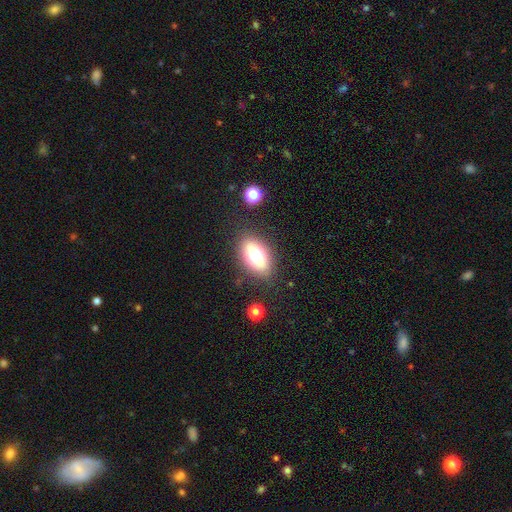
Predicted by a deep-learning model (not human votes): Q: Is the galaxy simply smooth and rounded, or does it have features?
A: smooth — 72%.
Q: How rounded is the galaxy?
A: in between — 87%.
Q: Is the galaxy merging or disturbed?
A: none — 82%.